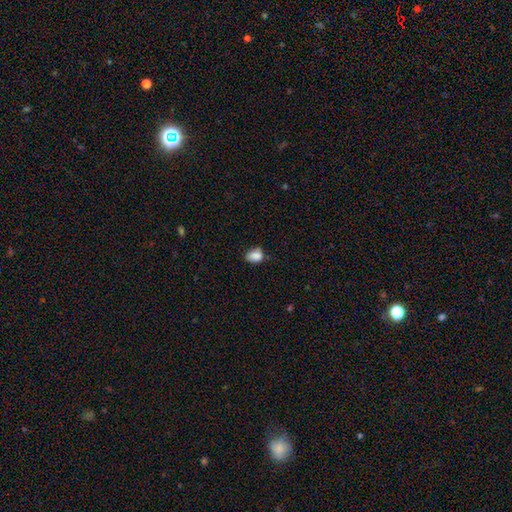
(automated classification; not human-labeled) The model was most divided on "merging": none: 58%, minor disturbance: 31%, major disturbance: 6%, merger: 4%. More confident: smooth or featured — smooth (85%); how rounded — in between (66%).